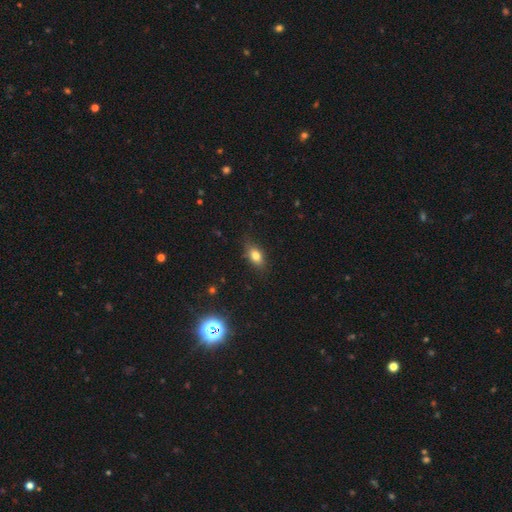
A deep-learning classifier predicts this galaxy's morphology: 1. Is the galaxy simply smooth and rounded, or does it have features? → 78% smooth, 11% featured or disk, 11% star or artifact.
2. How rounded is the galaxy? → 81% in between, 12% round, 7% cigar-shaped.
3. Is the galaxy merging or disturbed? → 77% none, 18% minor disturbance, 4% major disturbance, 1% merger.